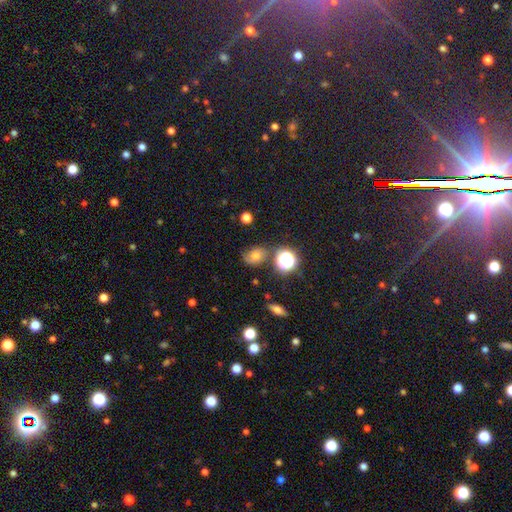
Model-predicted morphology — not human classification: Smooth or featured: smooth — 54% (star or artifact — 27%)
How rounded: in between — 49% (tied with round — 49%)
Merging: none — 68% (minor disturbance — 20%)